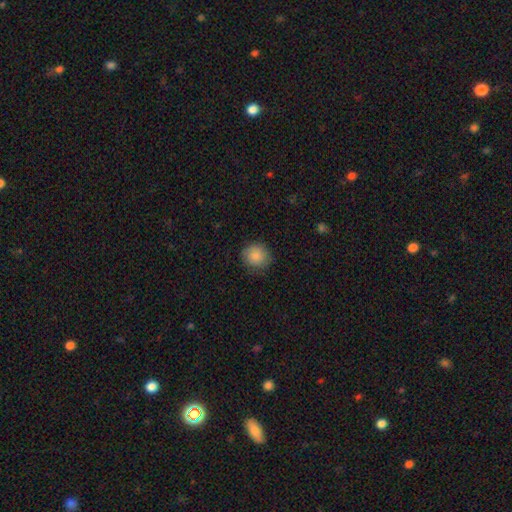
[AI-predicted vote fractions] Morphology: type=smooth (87%); roundness=round (87%); merging=none (83%).